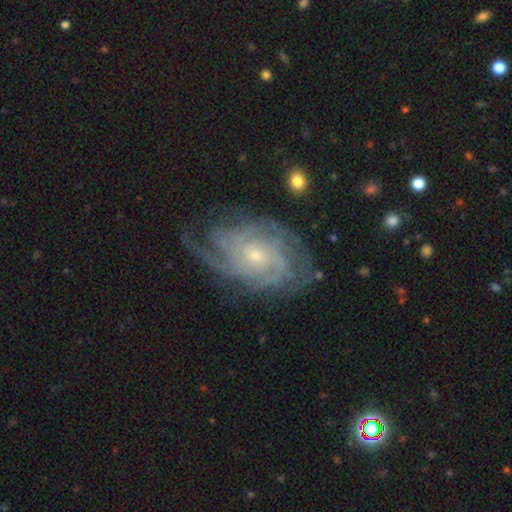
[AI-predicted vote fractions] Morphology: type=featured or disk (89%); edge-on=no (97%); bar=no (73%); spiral arms=yes (98%); winding=tight (70%); arm count=4 (27%); bulge=small (71%); merging=none (70%).